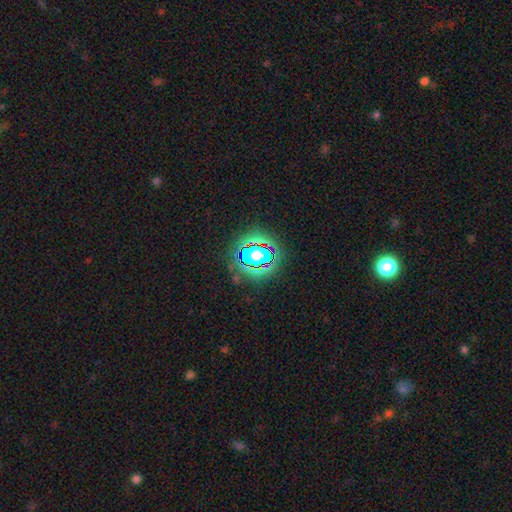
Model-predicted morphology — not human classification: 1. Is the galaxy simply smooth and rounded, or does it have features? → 55% star or artifact, 31% smooth, 14% featured or disk.